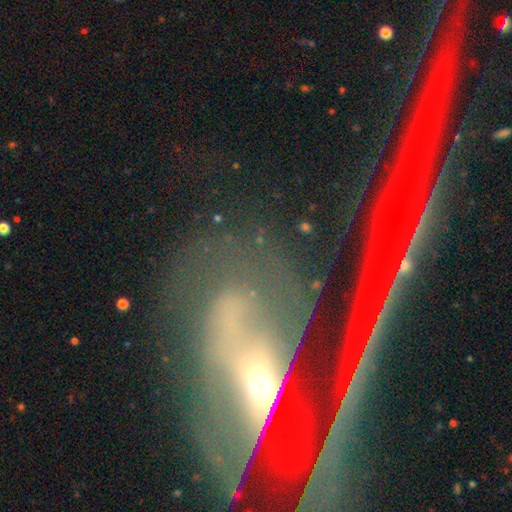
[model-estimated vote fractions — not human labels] The model was most divided on "merging": none: 55%, major disturbance: 20%, minor disturbance: 17%, merger: 8%. More confident: edge-on disk — no (77%); smooth or featured — featured or disk (61%).